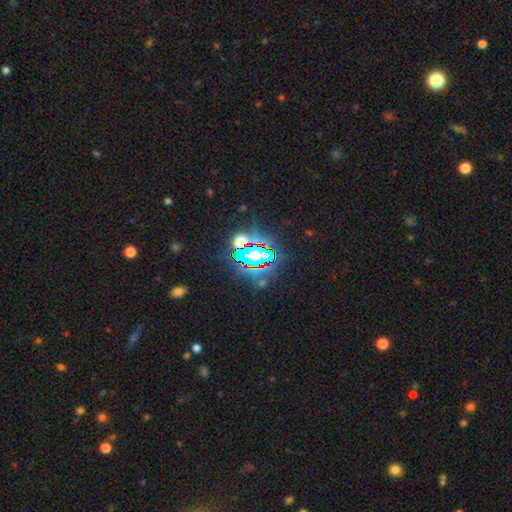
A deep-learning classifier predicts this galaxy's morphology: The model was most divided on "smooth or featured": star or artifact: 78%, smooth: 13%, featured or disk: 9%.